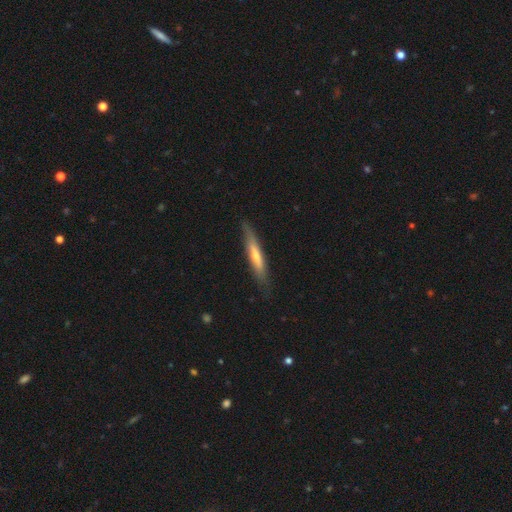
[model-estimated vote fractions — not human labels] Smooth or featured: featured or disk — 52% (smooth — 42%)
Edge-on disk: yes — 88% (no — 12%)
Merging: none — 84% (minor disturbance — 13%)